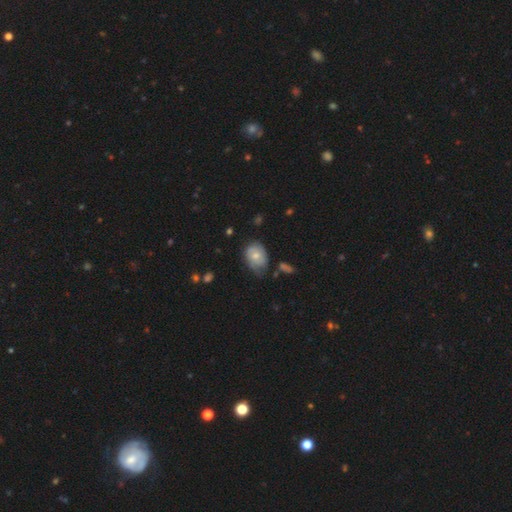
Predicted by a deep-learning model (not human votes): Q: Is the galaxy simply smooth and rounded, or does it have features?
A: smooth — 56%.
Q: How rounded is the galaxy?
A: in between — 68%.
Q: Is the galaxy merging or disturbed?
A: none — 47%.